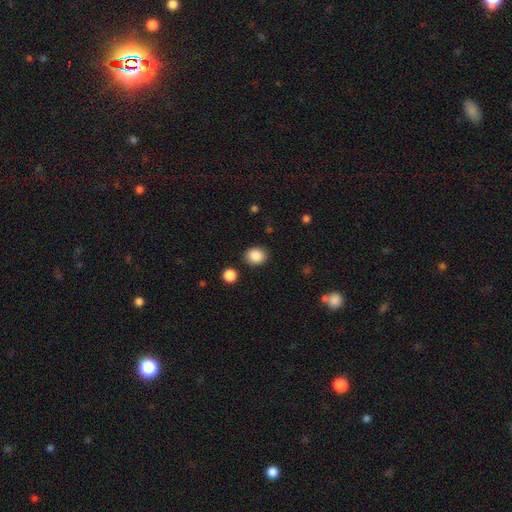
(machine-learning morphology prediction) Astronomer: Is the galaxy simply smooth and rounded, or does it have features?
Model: smooth — 87%.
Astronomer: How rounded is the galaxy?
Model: round — 53% (runner-up: in between, 46%).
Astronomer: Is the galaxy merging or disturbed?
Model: none — 87%.